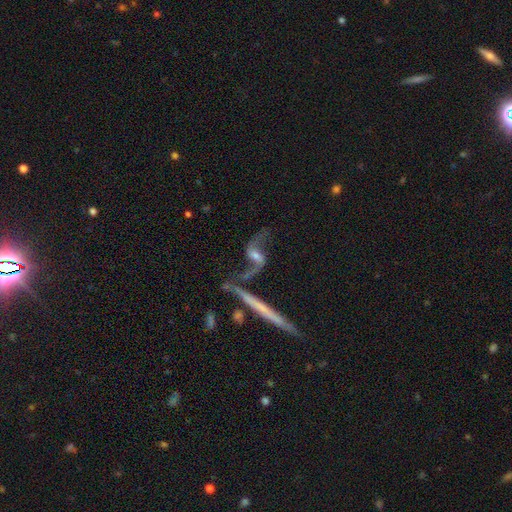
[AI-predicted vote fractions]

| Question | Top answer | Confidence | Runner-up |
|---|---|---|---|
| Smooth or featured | featured or disk | 82% | smooth (10%) |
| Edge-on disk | no | 88% | yes (12%) |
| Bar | weak | 42% | no (35%) |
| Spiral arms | yes | 91% | no (9%) |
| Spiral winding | loose | 87% | medium (10%) |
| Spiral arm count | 2 | 92% | 1 (3%) |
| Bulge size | moderate | 44% | small (37%) |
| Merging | none | 51% | merger (19%) |